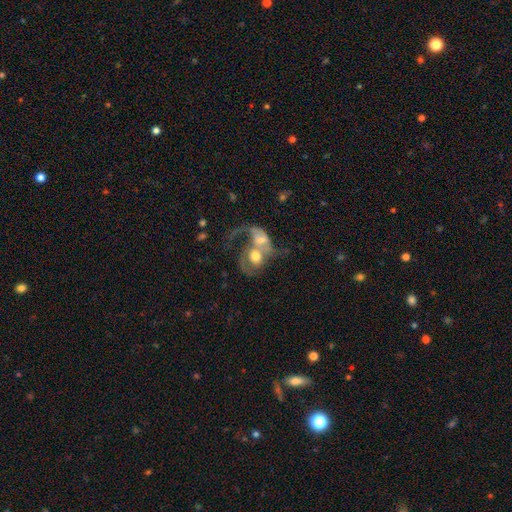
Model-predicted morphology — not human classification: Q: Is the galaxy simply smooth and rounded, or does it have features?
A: featured or disk — 57%.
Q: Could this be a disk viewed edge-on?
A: no — 96%.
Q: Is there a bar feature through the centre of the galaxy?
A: no — 68%.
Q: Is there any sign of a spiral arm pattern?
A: yes — 70%.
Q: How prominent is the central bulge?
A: moderate — 57%.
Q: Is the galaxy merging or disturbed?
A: merger — 75%.